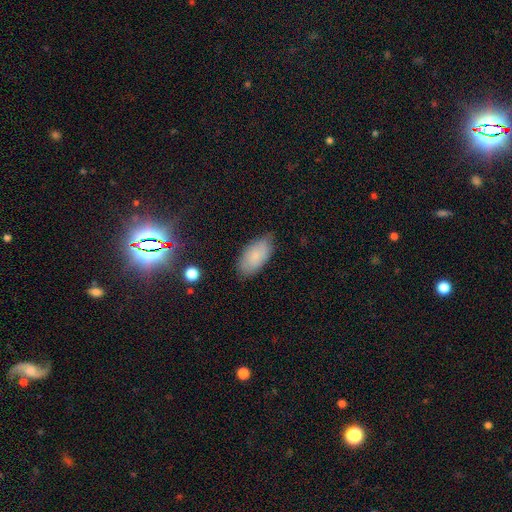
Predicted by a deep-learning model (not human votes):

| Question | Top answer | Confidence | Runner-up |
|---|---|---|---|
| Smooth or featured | smooth | 81% | featured or disk (11%) |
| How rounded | in between | 94% | cigar-shaped (4%) |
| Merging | none | 77% | minor disturbance (18%) |